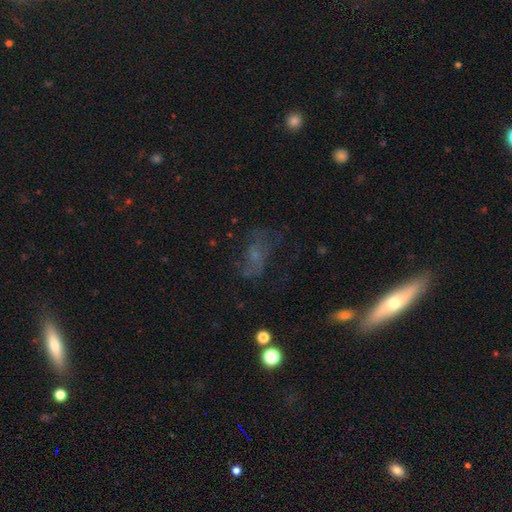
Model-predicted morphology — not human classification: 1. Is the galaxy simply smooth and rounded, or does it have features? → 42% featured or disk, 34% smooth, 24% star or artifact.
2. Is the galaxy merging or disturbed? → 49% none, 25% major disturbance, 22% minor disturbance, 5% merger.